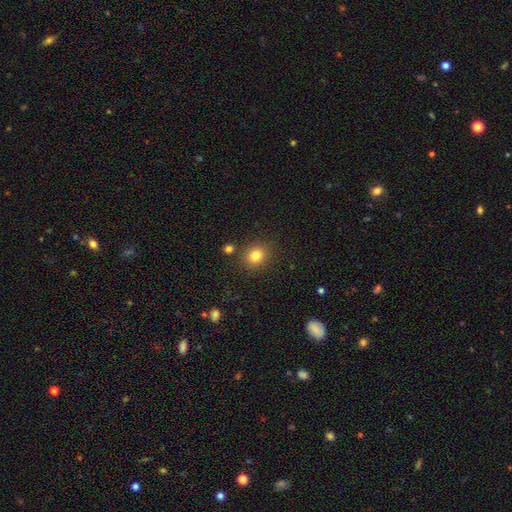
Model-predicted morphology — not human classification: A smooth galaxy with no disk features (81%) that is round (76%).

Vote fractions:
- Smooth or featured? smooth: 81% / star or artifact: 12% / featured or disk: 6%
- How rounded? round: 76% / in between: 23% / cigar-shaped: 1%
- Merging? none: 84% / minor disturbance: 8% / merger: 4% / major disturbance: 3%